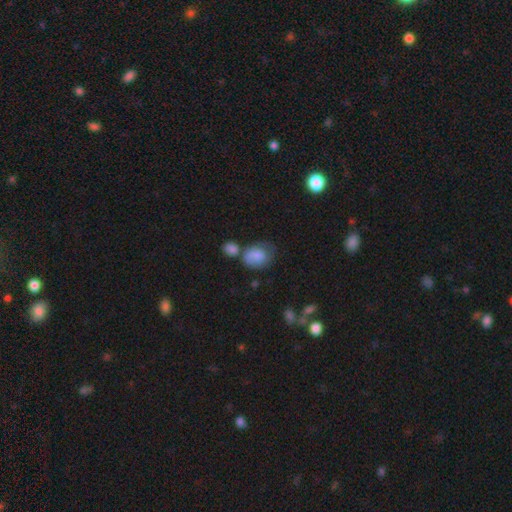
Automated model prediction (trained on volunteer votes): This appears to be a smooth galaxy with no disk features (75%) that is in between round and cigar-shaped (60%). Merging: none (39%).